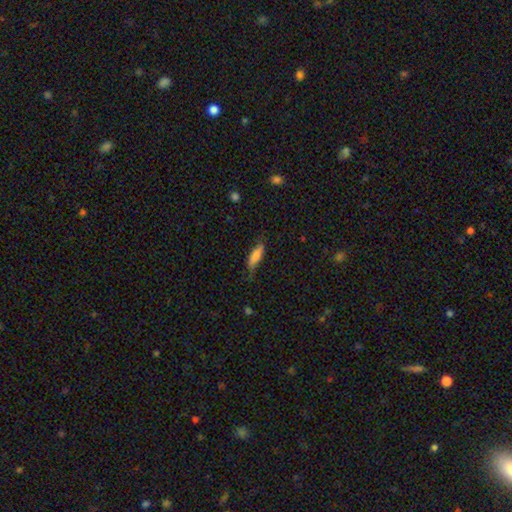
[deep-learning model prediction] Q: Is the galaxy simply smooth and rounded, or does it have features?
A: smooth — 79%.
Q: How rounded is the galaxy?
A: in between — 50%.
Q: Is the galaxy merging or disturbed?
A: none — 66%.